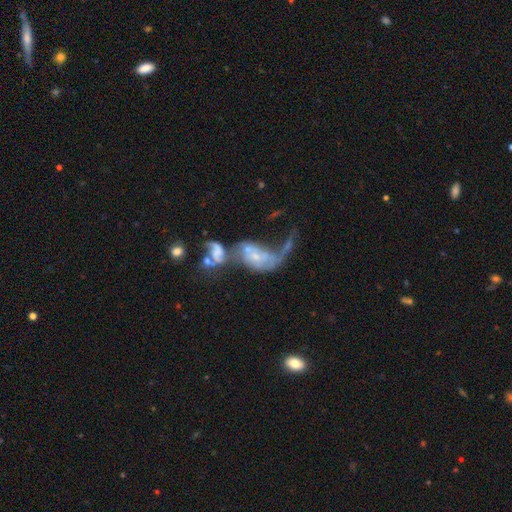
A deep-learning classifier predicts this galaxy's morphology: Overall: featured or disk (59%; smooth 29%). Edge-on disk: no (96%). Bar: no (76%). Spiral arms: no (51%; yes 49%). Bulge size: small (56%; moderate 22%). Merging: merger (63%; major disturbance 23%).